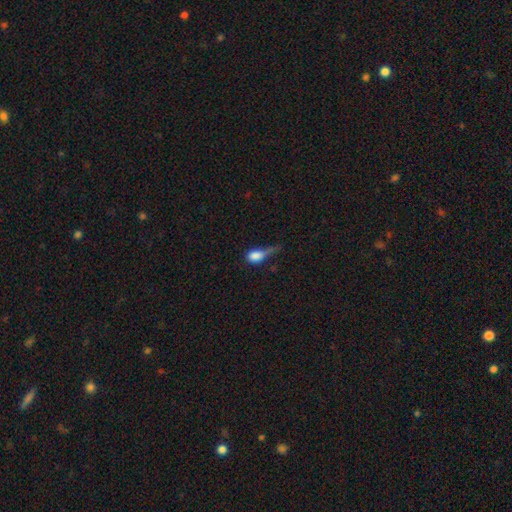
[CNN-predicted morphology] Q: Smooth or featured?
A: smooth (76%); runner-up: featured or disk (14%)
Q: How rounded?
A: in between (72%); runner-up: round (20%)
Q: Merging?
A: major disturbance (41%); runner-up: minor disturbance (31%)